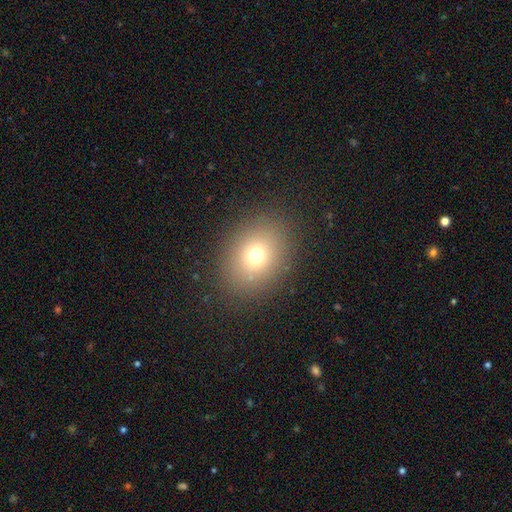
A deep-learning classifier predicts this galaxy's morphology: smooth-or-featured: smooth: 72% | star or artifact: 16% | featured or disk: 12%
  how-rounded: in between: 53% | round: 46% | cigar-shaped: 1%
  merging: none: 86% | minor disturbance: 8% | major disturbance: 4% | merger: 1%